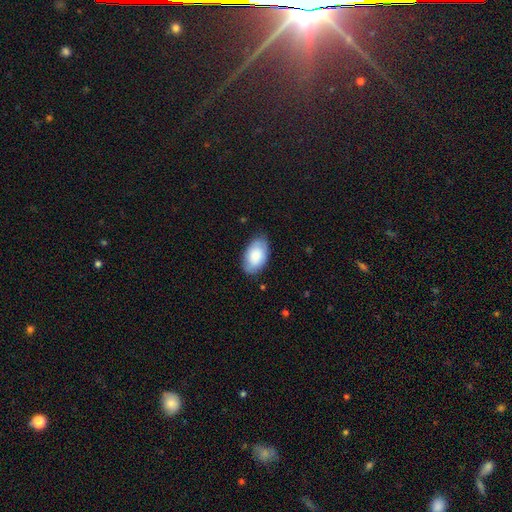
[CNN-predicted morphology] The model was most divided on "merging": none: 78%, minor disturbance: 17%, major disturbance: 3%, merger: 1%. More confident: how rounded — in between (95%); smooth or featured — smooth (81%).